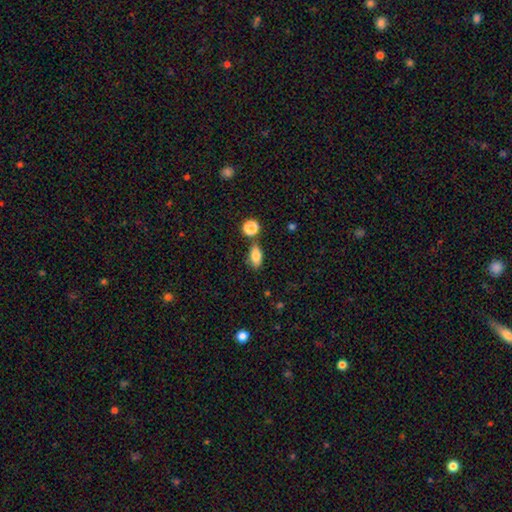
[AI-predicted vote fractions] Q: Smooth or featured?
A: smooth (80%); runner-up: featured or disk (11%)
Q: How rounded?
A: in between (82%); runner-up: cigar-shaped (10%)
Q: Merging?
A: none (76%); runner-up: minor disturbance (12%)